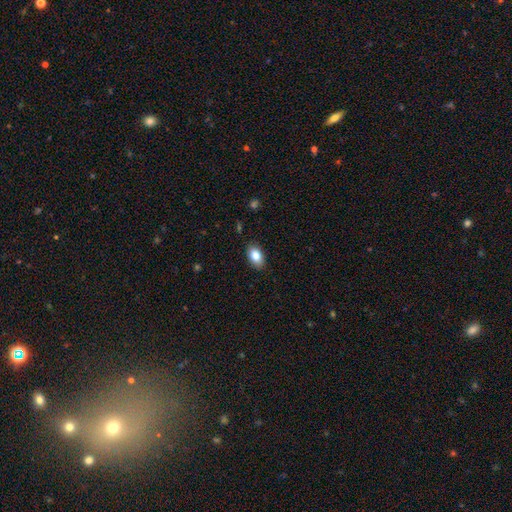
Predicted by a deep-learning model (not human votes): Smooth or featured? smooth (83%)
How rounded? in between (90%)
Merging? none (88%)